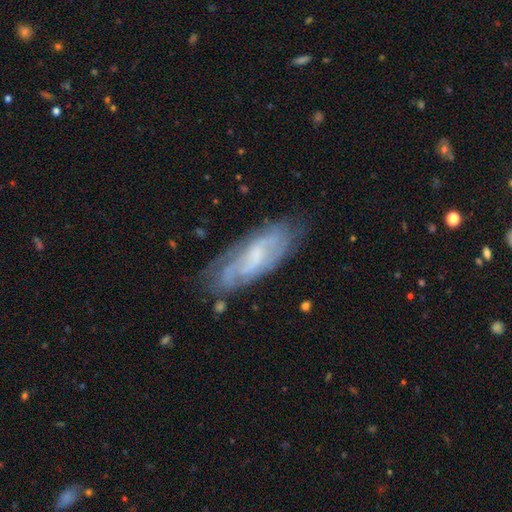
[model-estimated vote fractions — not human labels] Q: Smooth or featured?
A: featured or disk (68%); runner-up: smooth (24%)
Q: Edge-on disk?
A: no (85%); runner-up: yes (15%)
Q: Bar?
A: weak (46%); runner-up: no (40%)
Q: Spiral arms?
A: yes (81%); runner-up: no (19%)
Q: Bulge size?
A: small (45%); runner-up: none (26%)
Q: Merging?
A: none (68%); runner-up: minor disturbance (22%)